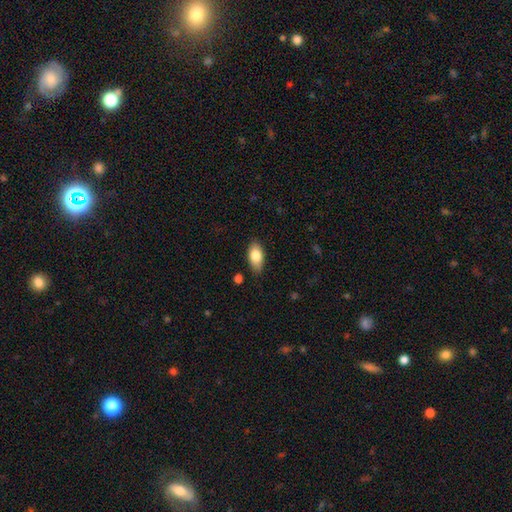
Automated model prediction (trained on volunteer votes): Smooth or featured: smooth — 81% (featured or disk — 12%)
How rounded: in between — 92% (cigar-shaped — 5%)
Merging: none — 84% (minor disturbance — 12%)